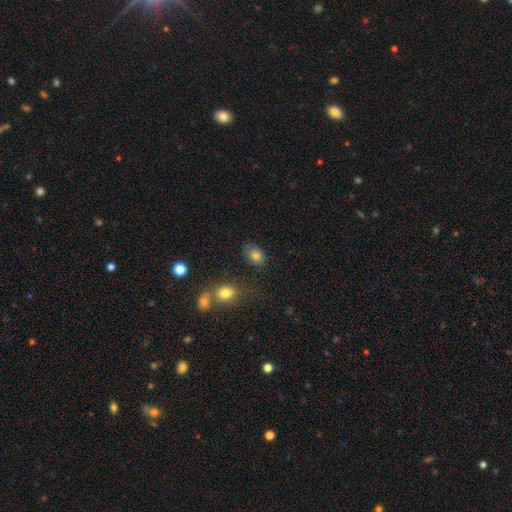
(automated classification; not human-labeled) Smooth or featured? smooth (80%)
How rounded? in between (72%)
Merging? none (73%)